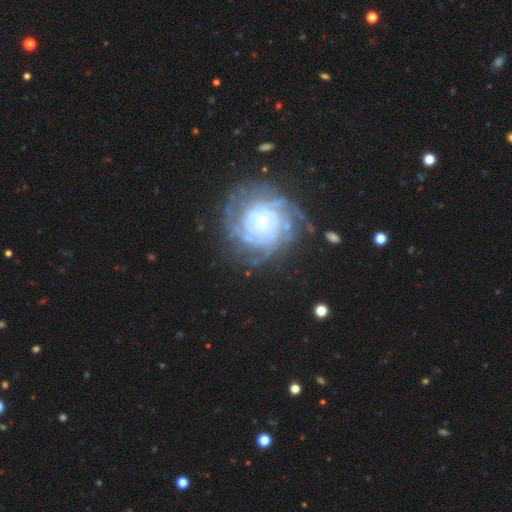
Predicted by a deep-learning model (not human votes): Morphology: type=featured or disk (69%); edge-on=no (96%); bar=no (72%); spiral arms=yes (94%); winding=tight (79%); arm count=can't tell (33%); bulge=small (44%); merging=none (82%).